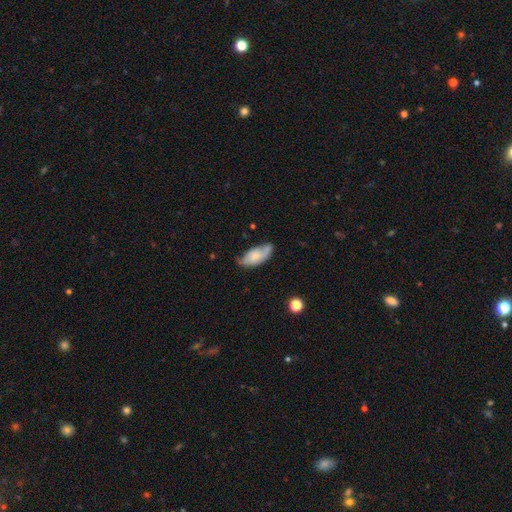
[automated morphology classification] Smooth or featured? smooth (56%)
How rounded? in between (89%)
Merging? none (57%)